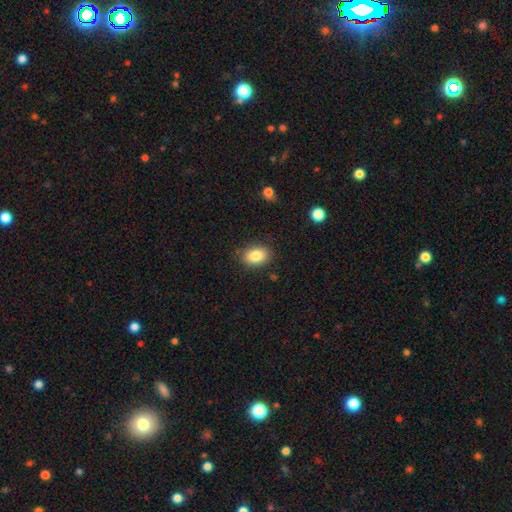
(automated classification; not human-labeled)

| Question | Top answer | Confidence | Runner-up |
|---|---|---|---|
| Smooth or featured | smooth | 85% | star or artifact (8%) |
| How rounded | in between | 77% | round (22%) |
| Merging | none | 85% | minor disturbance (11%) |